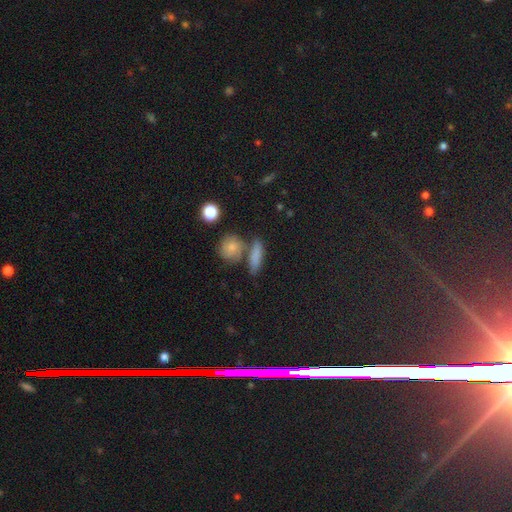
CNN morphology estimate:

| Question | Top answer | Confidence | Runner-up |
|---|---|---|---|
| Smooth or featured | smooth | 78% | featured or disk (13%) |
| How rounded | cigar-shaped | 49% | in between (38%) |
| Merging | none | 60% | merger (23%) |